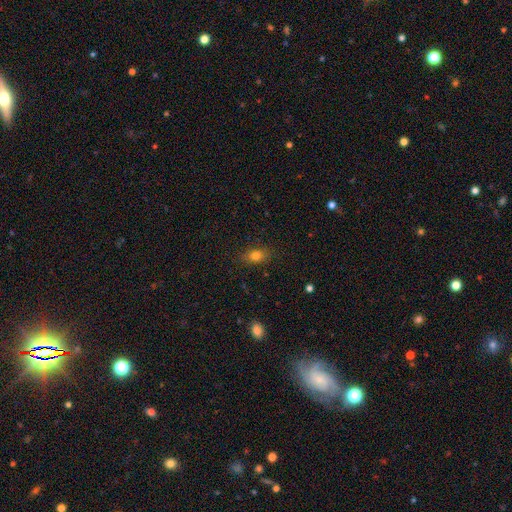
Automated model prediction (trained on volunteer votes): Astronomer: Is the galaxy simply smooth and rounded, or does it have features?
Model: smooth — 80%.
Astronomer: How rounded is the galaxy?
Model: in between — 77%.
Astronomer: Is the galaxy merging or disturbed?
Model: none — 84%.